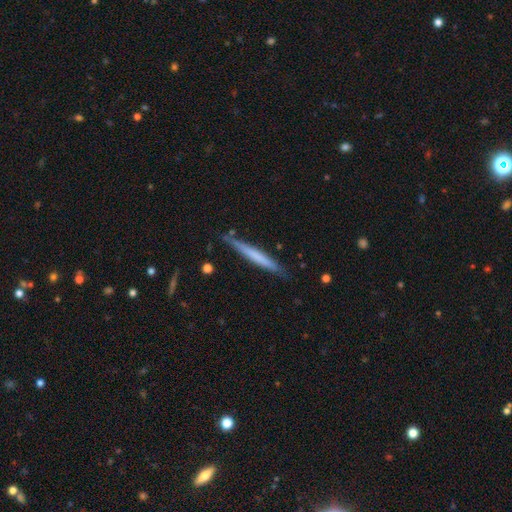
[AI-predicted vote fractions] Smooth or featured? smooth (55%)
How rounded? cigar-shaped (97%)
Merging? none (85%)